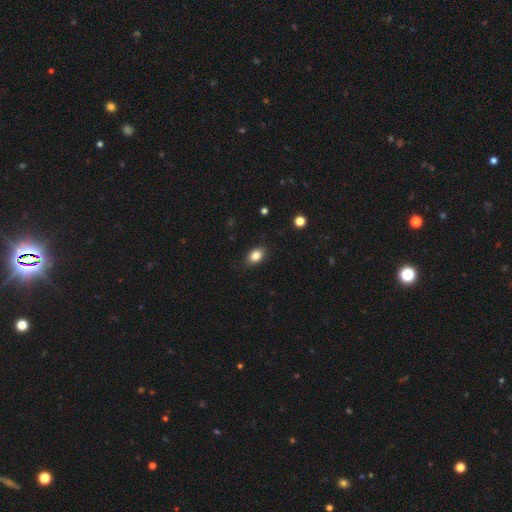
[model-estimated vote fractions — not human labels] Smooth or featured: smooth — 84% (star or artifact — 9%)
How rounded: in between — 78% (round — 20%)
Merging: none — 87% (minor disturbance — 10%)